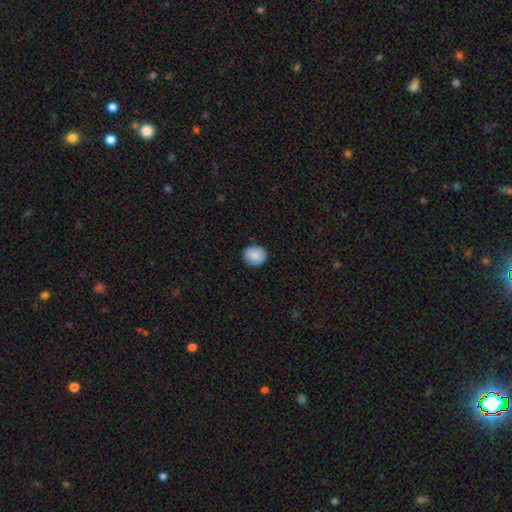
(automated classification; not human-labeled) A smooth galaxy with no disk features (87%) that is round (67%). Merging: none (88%).